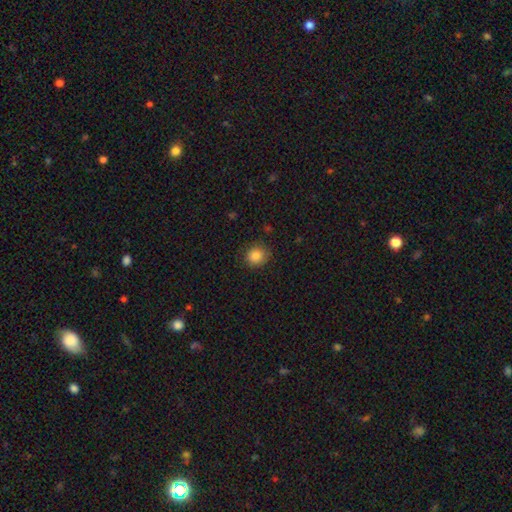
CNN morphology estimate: A smooth galaxy with no disk features (86%) that is round (85%).

Vote fractions:
- Smooth or featured? smooth: 86% / star or artifact: 10% / featured or disk: 5%
- How rounded? round: 85% / in between: 14% / cigar-shaped: 1%
- Merging? none: 84% / minor disturbance: 12% / major disturbance: 3% / merger: 1%